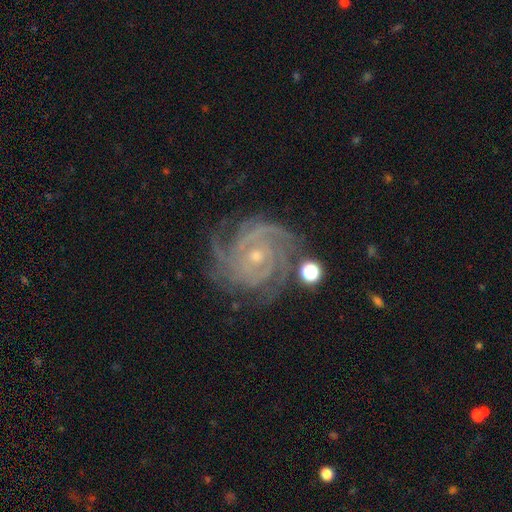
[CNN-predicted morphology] A featured or disk galaxy (91%) with no bar (68%), 3 (31%) tight (75%) spiral arms (99%) and a small central bulge (71%).

Vote fractions:
- Smooth or featured? featured or disk: 91% / star or artifact: 6% / smooth: 3%
- Edge-on disk? no: 98% / yes: 2%
- Bar? no: 68% / weak: 24% / strong: 9%
- Spiral arms? yes: 99% / no: 1%
- Spiral winding? tight: 75% / medium: 22% / loose: 3%
- Spiral arm count? 3: 31% / 4: 28% / 2: 13% / can't tell: 13% / more than 4: 9% / 1: 7%
- Bulge size? small: 71% / moderate: 26% / none: 1% / large: 1% / dominant: 1%
- Merging? none: 74% / minor disturbance: 17% / major disturbance: 6% / merger: 3%